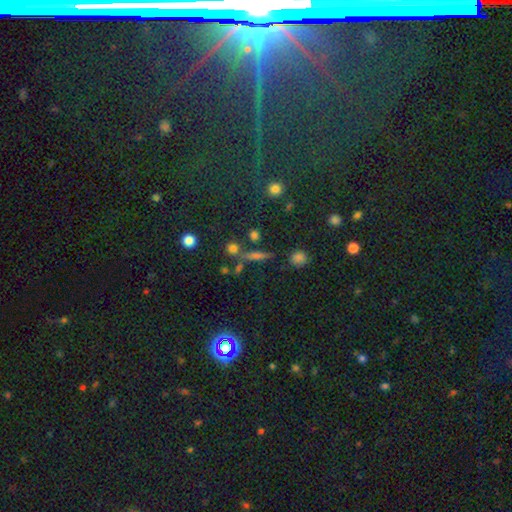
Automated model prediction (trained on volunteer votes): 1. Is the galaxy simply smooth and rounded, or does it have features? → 40% smooth, 33% featured or disk, 27% star or artifact.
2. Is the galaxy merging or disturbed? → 75% none, 11% merger, 10% minor disturbance, 4% major disturbance.